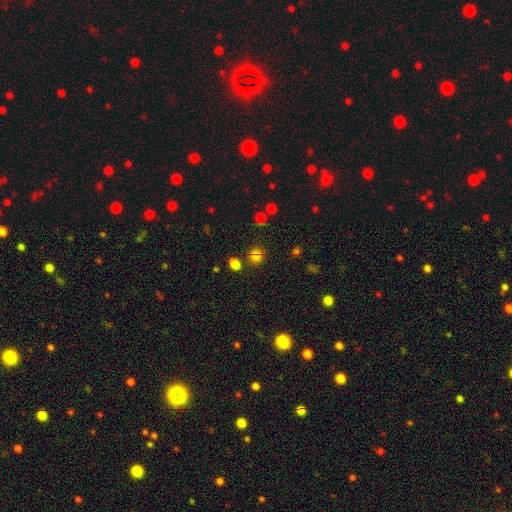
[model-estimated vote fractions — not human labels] Smooth or featured?
  - smooth: 69% *
  - star or artifact: 23%
  - featured or disk: 8%
How rounded?
  - round: 78% *
  - in between: 21%
  - cigar-shaped: 1%
Merging?
  - none: 70% *
  - merger: 16%
  - minor disturbance: 11%
  - major disturbance: 4%